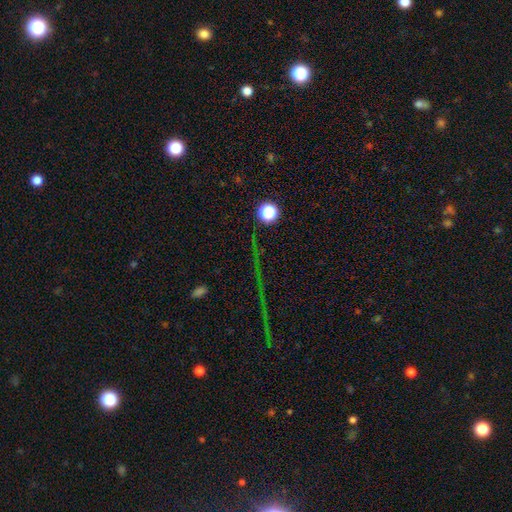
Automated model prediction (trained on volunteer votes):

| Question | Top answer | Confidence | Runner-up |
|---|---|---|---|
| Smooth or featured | star or artifact | 68% | smooth (20%) |